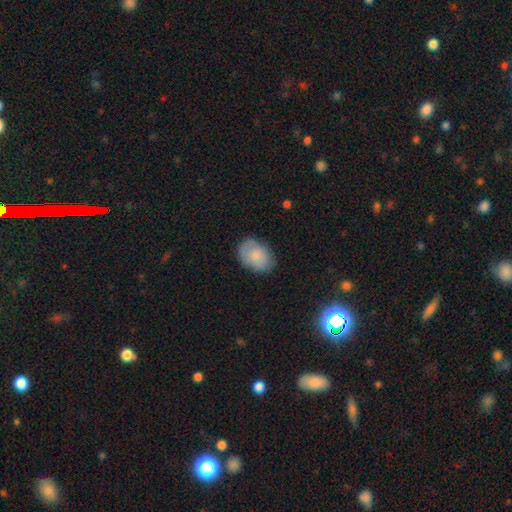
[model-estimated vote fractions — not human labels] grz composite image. It shows a smooth galaxy with no disk features (75%) that is in between round and cigar-shaped (80%). Merging: none (75%).